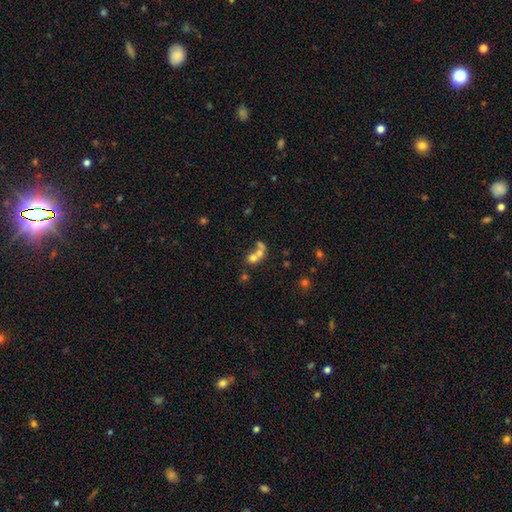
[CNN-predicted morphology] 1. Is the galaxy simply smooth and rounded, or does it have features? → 61% smooth, 23% featured or disk, 15% star or artifact.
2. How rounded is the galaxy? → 61% round, 38% in between, 2% cigar-shaped.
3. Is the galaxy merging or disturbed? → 65% merger, 23% none, 6% major disturbance, 6% minor disturbance.